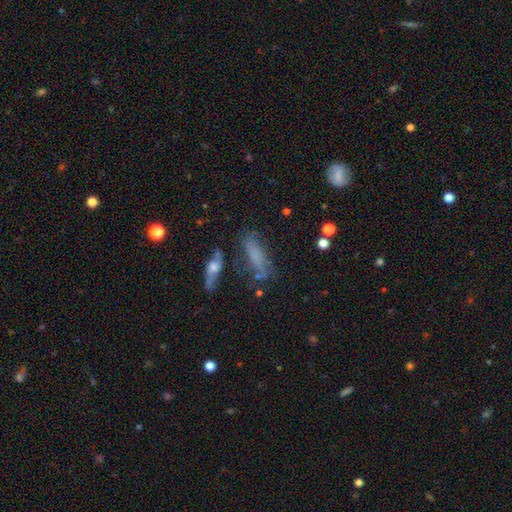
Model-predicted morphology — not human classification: Smooth or featured? smooth (57%)
How rounded? cigar-shaped (55%)
Merging? none (59%)